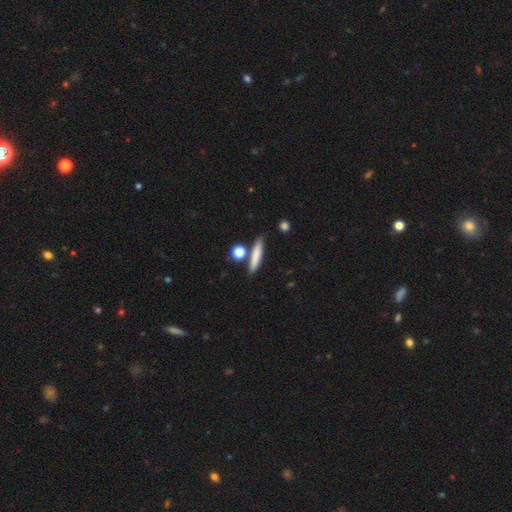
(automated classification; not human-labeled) A smooth galaxy with no disk features (78%) that is cigar-shaped (82%).

Vote fractions:
- Smooth or featured? smooth: 78% / featured or disk: 16% / star or artifact: 7%
- How rounded? cigar-shaped: 82% / in between: 12% / round: 6%
- Merging? none: 79% / minor disturbance: 10% / merger: 8% / major disturbance: 3%